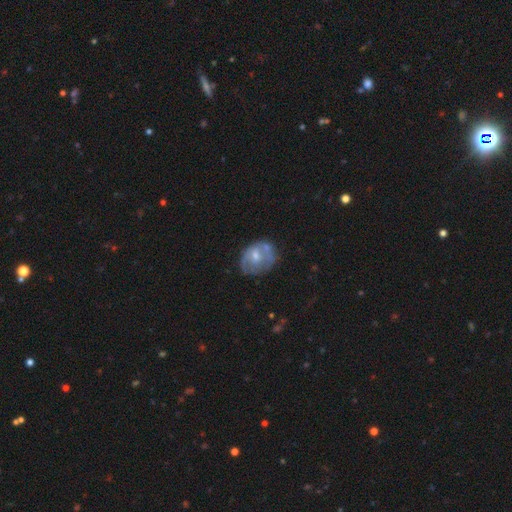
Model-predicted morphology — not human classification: The model was most divided on "smooth or featured": featured or disk: 53%, smooth: 40%, star or artifact: 7%. Remaining: edge-on disk — no (97%); bar — no (65%); spiral arms — no (63%); bulge size — moderate (51%); merging — none (46%).